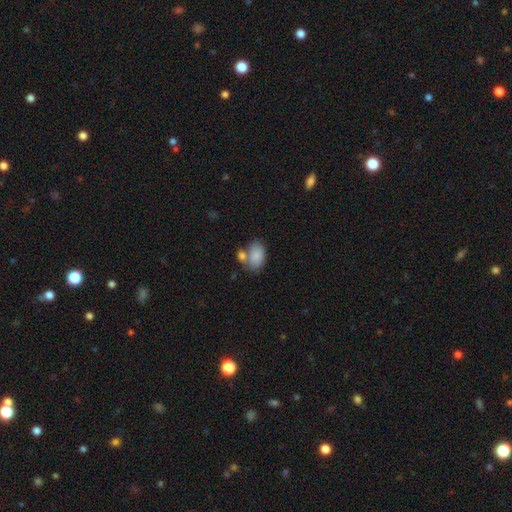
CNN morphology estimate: This is clearly a smooth galaxy (85%). How rounded: clearly in between (88%). Merging: possibly none (46%).